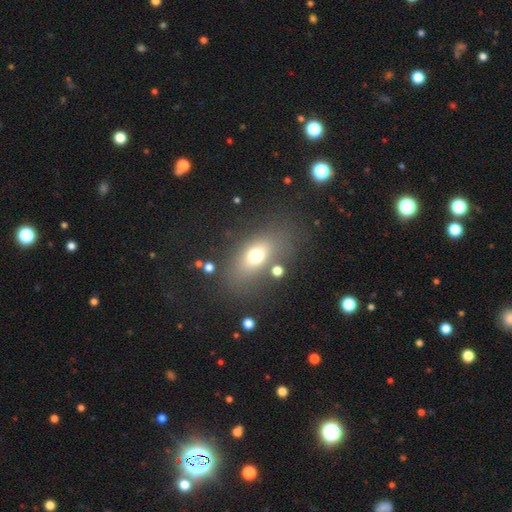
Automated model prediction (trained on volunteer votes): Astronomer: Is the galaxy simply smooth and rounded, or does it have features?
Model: smooth — 67%.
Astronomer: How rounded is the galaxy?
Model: in between — 75%.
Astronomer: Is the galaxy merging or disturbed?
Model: none — 70%.